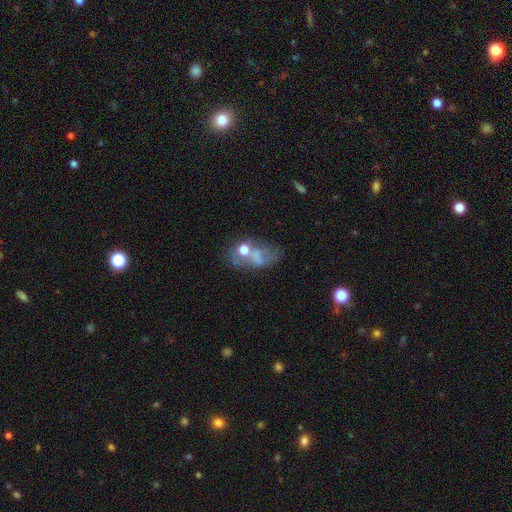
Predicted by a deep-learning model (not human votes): Q: Smooth or featured?
A: smooth (40%); runner-up: featured or disk (39%)
Q: Merging?
A: none (34%); runner-up: merger (26%)